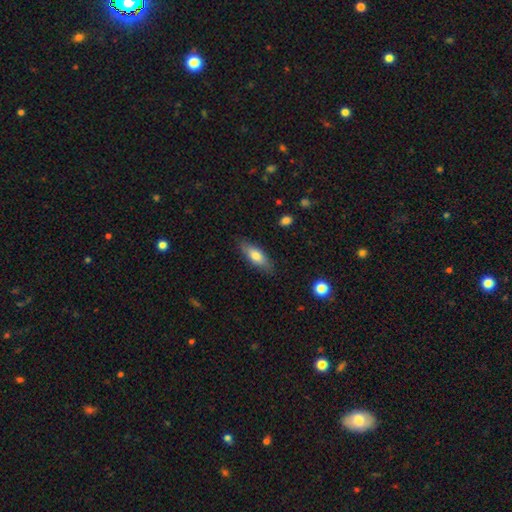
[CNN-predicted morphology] smooth 71%, featured or disk 23%, star or artifact 6%. Down the decision tree: how rounded — in between (63%); merging — none (83%).